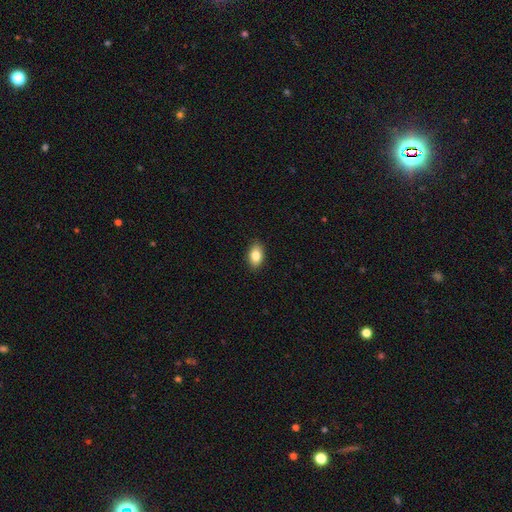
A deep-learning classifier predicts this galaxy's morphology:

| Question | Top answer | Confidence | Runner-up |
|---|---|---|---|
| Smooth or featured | smooth | 83% | featured or disk (10%) |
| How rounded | in between | 90% | round (8%) |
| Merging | none | 89% | minor disturbance (8%) |